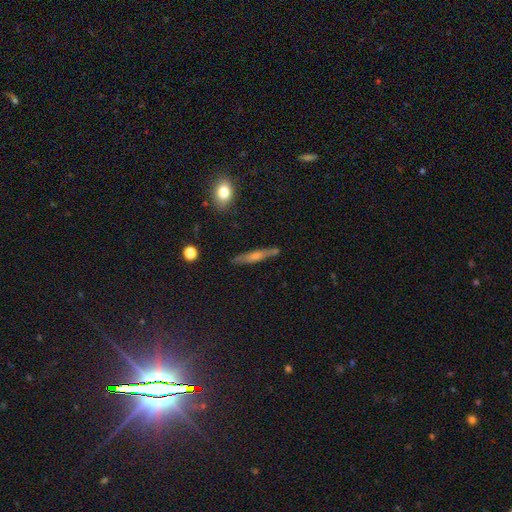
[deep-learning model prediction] This is possibly a featured or disk galaxy (54%). It is clearly viewed edge-on (93%). Edge-on bulge: likely rounded (69%). Merging: clearly none (85%).